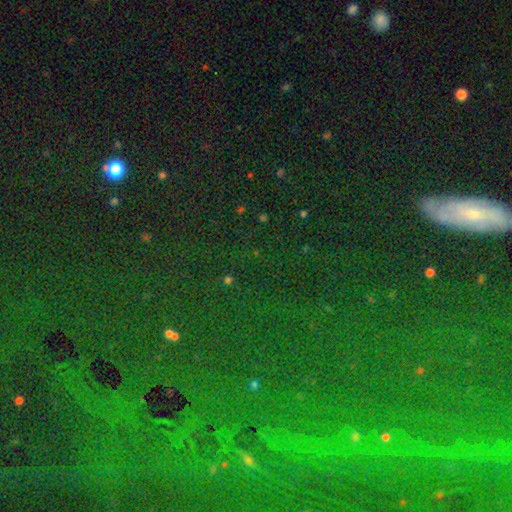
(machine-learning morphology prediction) Overall: star or artifact (77%).